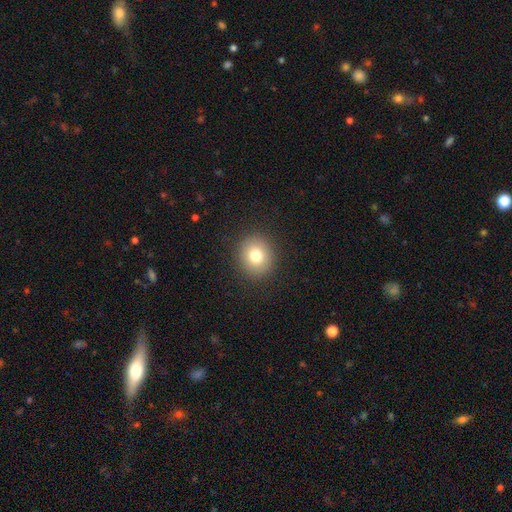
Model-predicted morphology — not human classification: Smooth or featured: smooth — 78% (star or artifact — 12%)
How rounded: round — 83% (in between — 16%)
Merging: none — 90% (minor disturbance — 6%)